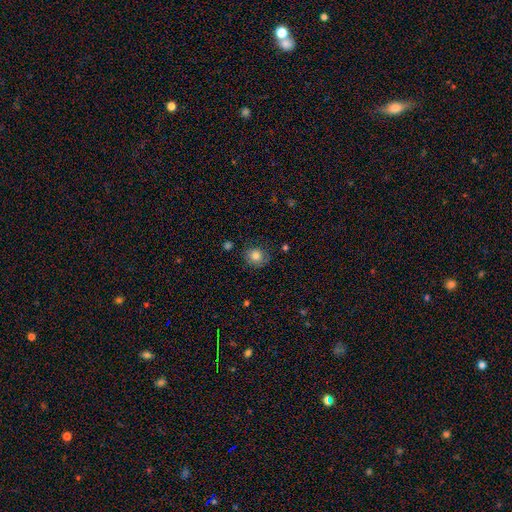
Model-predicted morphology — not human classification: smooth_or_featured: smooth (p=0.80) [alt: star or artifact p=0.10]
how_rounded: round (p=0.81) [alt: in between p=0.18]
merging: none (p=0.77) [alt: minor disturbance p=0.16]